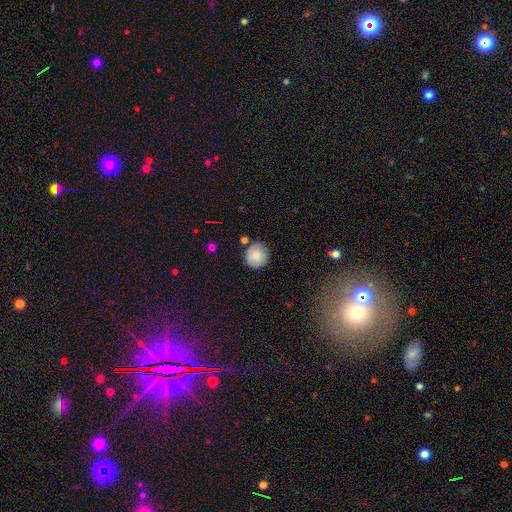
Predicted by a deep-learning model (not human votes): Smooth or featured?
  - smooth: 81% *
  - featured or disk: 11%
  - star or artifact: 8%
How rounded?
  - round: 91% *
  - in between: 8%
  - cigar-shaped: 1%
Merging?
  - none: 82% *
  - minor disturbance: 11%
  - merger: 4%
  - major disturbance: 2%